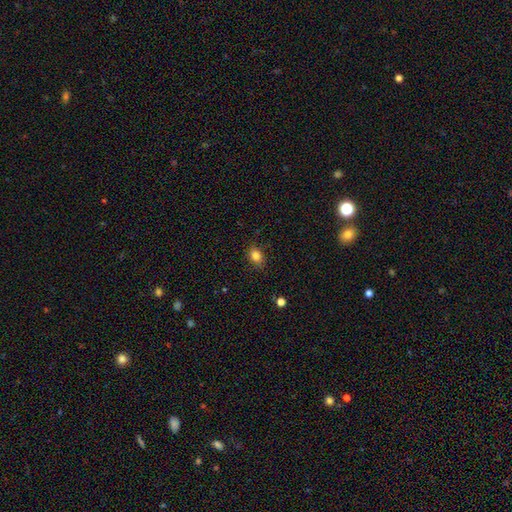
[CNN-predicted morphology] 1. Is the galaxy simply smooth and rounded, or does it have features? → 83% smooth, 11% star or artifact, 6% featured or disk.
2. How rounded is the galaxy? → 63% in between, 35% round, 1% cigar-shaped.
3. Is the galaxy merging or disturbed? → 83% none, 13% minor disturbance, 3% major disturbance, 1% merger.